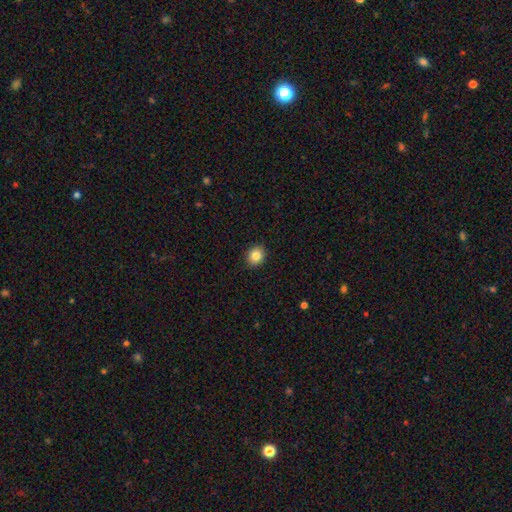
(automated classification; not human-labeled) Q: Smooth or featured?
A: smooth (84%); runner-up: star or artifact (10%)
Q: How rounded?
A: round (70%); runner-up: in between (29%)
Q: Merging?
A: none (91%); runner-up: minor disturbance (6%)